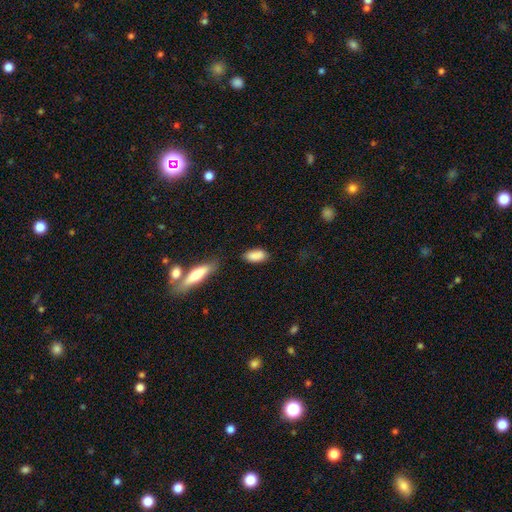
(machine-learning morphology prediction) Smooth or featured? Predicted: smooth (p=0.89). How rounded? Predicted: in between (p=0.88). Merging? Predicted: none (p=0.80).